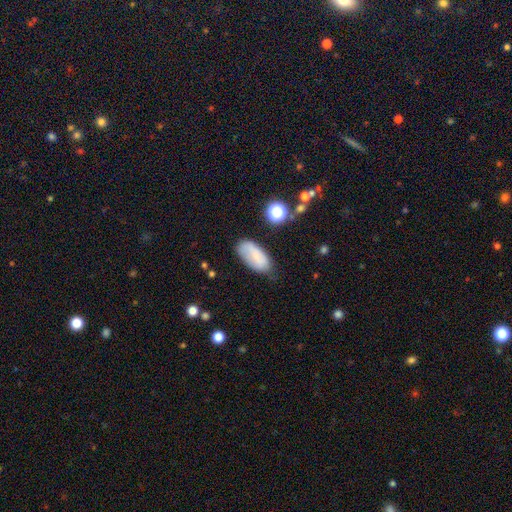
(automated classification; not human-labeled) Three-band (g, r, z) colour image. It shows a smooth galaxy with no disk features (76%) that is in between round and cigar-shaped (90%). Merging: none (63%).